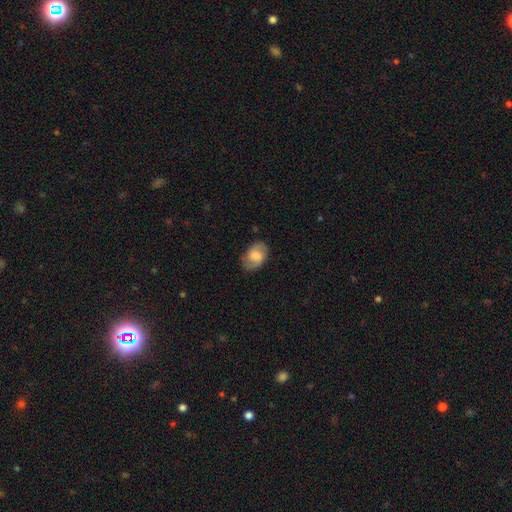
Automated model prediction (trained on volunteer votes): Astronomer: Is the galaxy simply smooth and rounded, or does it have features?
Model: smooth — 48% (runner-up: featured or disk, 44%).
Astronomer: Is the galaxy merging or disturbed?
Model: none — 80%.